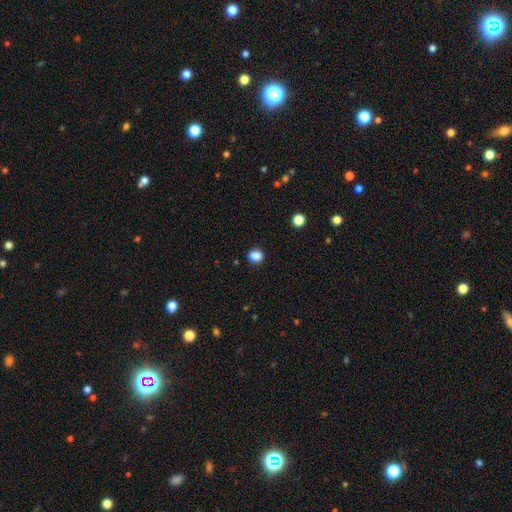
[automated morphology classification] smooth-or-featured: smooth: 87% | star or artifact: 10% | featured or disk: 3%
  how-rounded: round: 66% | in between: 33% | cigar-shaped: 1%
  merging: none: 88% | minor disturbance: 9% | major disturbance: 2% | merger: 1%